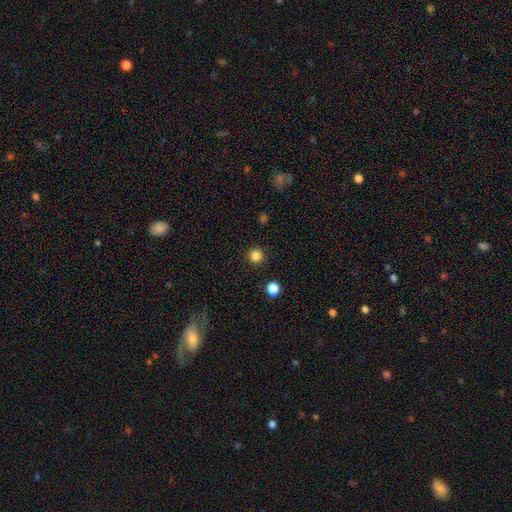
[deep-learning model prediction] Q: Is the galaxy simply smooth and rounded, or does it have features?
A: smooth — 84%.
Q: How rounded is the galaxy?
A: round — 95%.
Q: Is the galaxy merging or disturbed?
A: none — 92%.